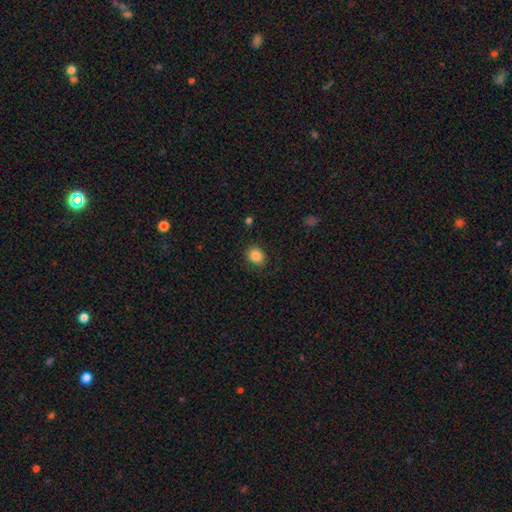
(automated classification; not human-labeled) smooth 86%, star or artifact 9%, featured or disk 4%. Down the decision tree: how rounded — round (53%); merging — none (82%).